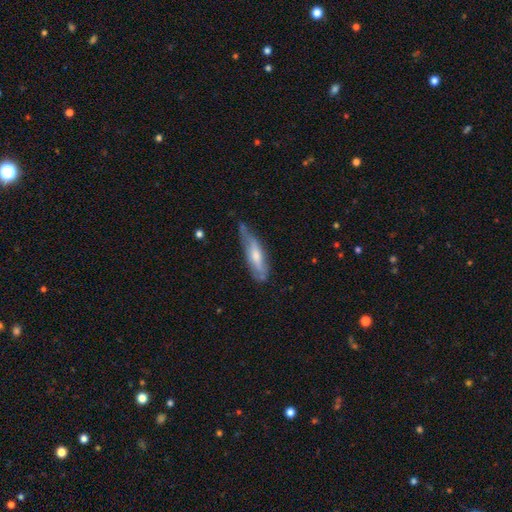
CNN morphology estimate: This is possibly a featured or disk galaxy (47%). Merging: possibly none (46%).